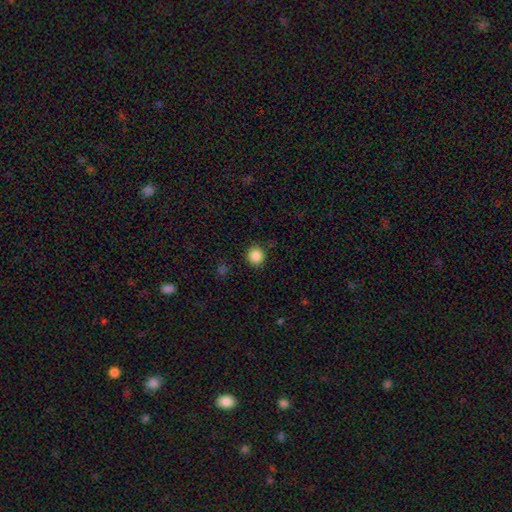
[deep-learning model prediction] Smooth or featured? smooth (87%)
How rounded? round (93%)
Merging? none (89%)